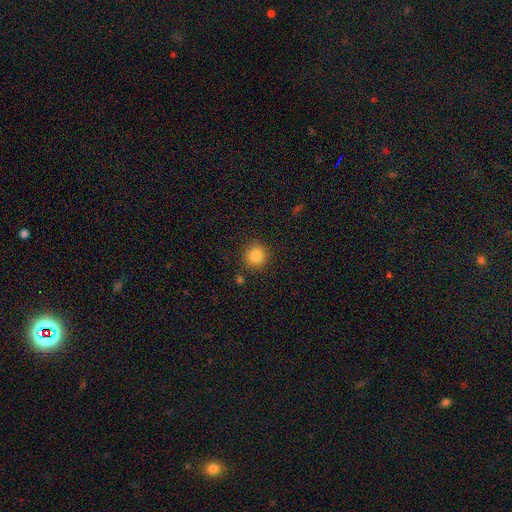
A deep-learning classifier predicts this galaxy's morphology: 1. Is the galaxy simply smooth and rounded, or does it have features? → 85% smooth, 10% star or artifact, 4% featured or disk.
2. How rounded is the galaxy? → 92% round, 7% in between, 1% cigar-shaped.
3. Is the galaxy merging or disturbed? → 88% none, 8% minor disturbance, 3% major disturbance, 2% merger.